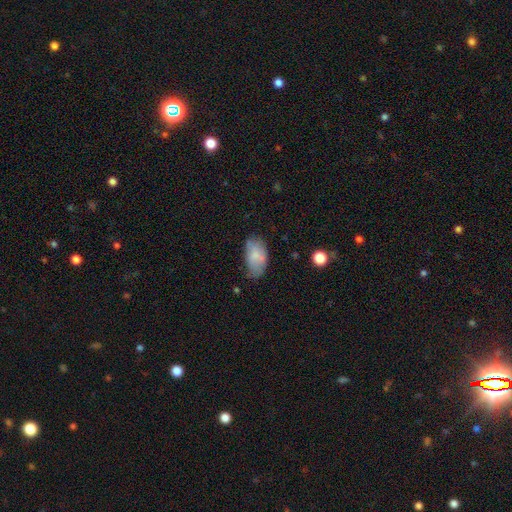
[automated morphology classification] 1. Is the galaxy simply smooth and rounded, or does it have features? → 78% smooth, 15% featured or disk, 7% star or artifact.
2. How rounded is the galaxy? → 94% in between, 5% round, 2% cigar-shaped.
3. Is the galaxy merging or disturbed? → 56% none, 32% minor disturbance, 9% major disturbance, 3% merger.